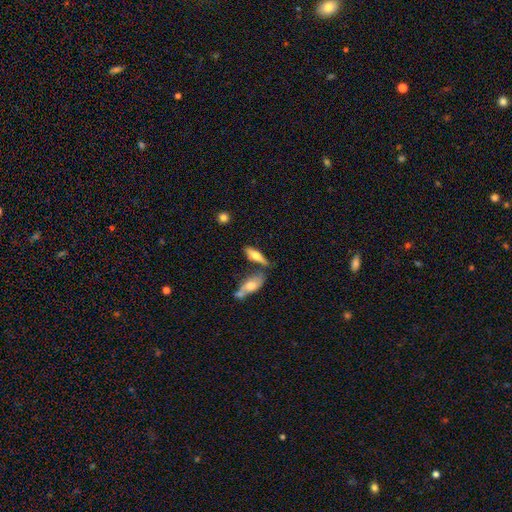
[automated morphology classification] Q: Smooth or featured?
A: smooth (50%); runner-up: featured or disk (43%)
Q: Merging?
A: none (57%); runner-up: merger (23%)